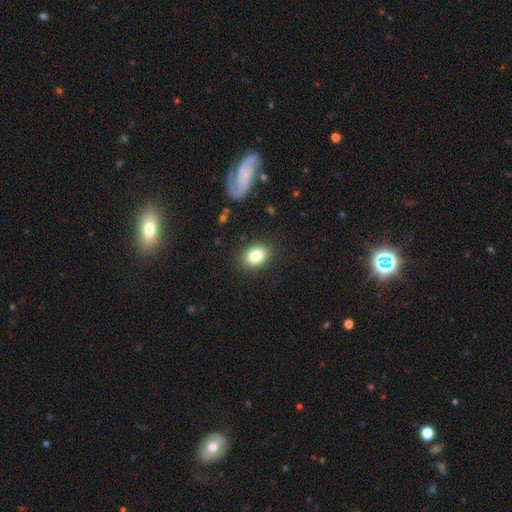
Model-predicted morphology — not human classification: smooth-or-featured: smooth: 82% | star or artifact: 9% | featured or disk: 9%
  how-rounded: in between: 68% | round: 31% | cigar-shaped: 1%
  merging: none: 87% | minor disturbance: 9% | major disturbance: 3% | merger: 1%